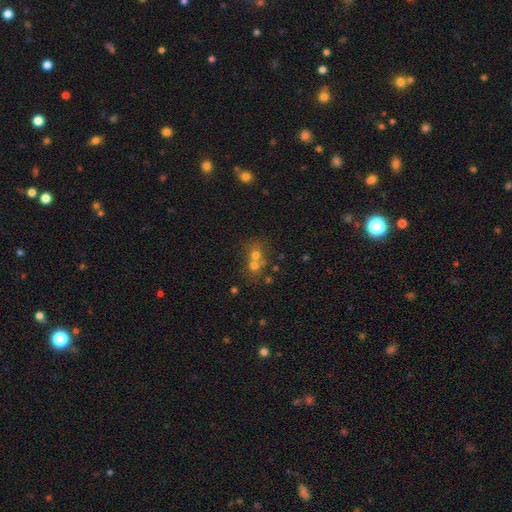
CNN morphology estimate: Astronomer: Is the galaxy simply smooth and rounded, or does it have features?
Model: smooth — 61%.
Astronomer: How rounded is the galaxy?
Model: round — 78%.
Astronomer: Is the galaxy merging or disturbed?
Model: merger — 59%.